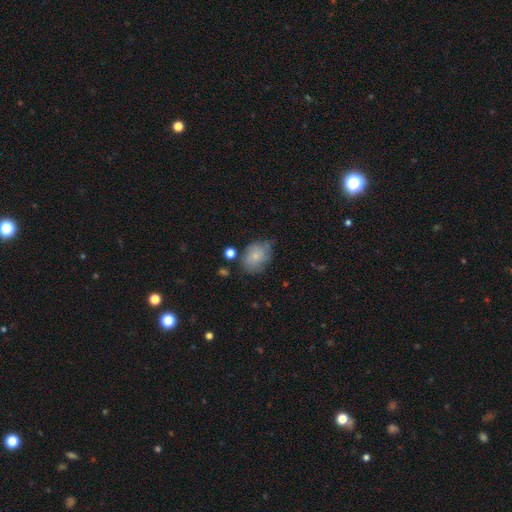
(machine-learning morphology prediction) Smooth or featured? Predicted: smooth (p=0.69). How rounded? Predicted: in between (p=0.63). Merging? Predicted: none (p=0.57).